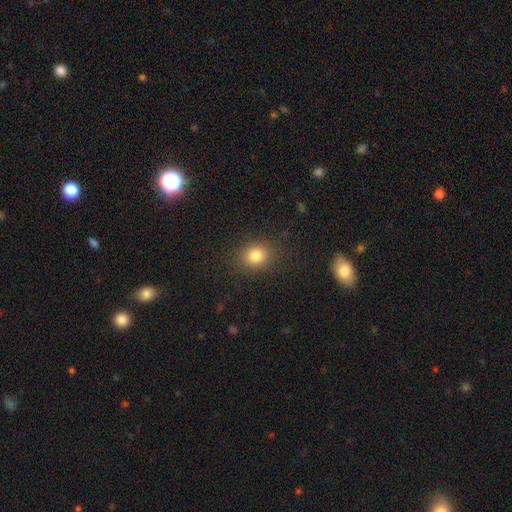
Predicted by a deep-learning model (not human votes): This is clearly a smooth galaxy (81%). How rounded: likely round (63%). Merging: clearly none (86%).